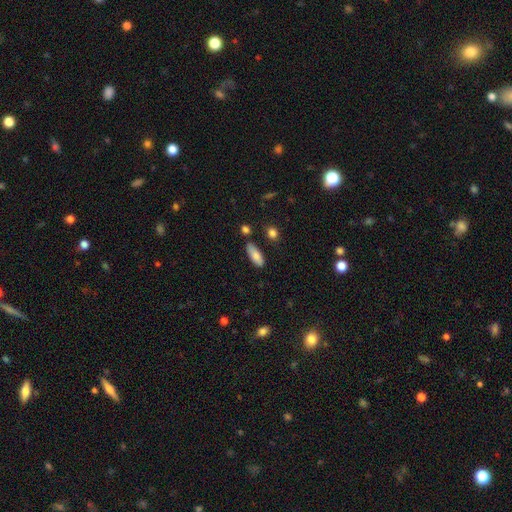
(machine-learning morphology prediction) The model was most divided on "how rounded": in between: 70%, cigar-shaped: 28%, round: 2%. More confident: smooth or featured — smooth (81%); merging — none (76%).